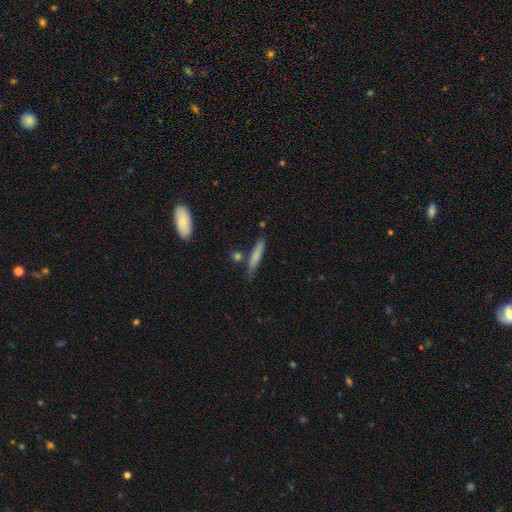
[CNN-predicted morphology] smooth 74%, featured or disk 20%, star or artifact 7%. Down the decision tree: how rounded — cigar-shaped (88%); merging — none (73%).